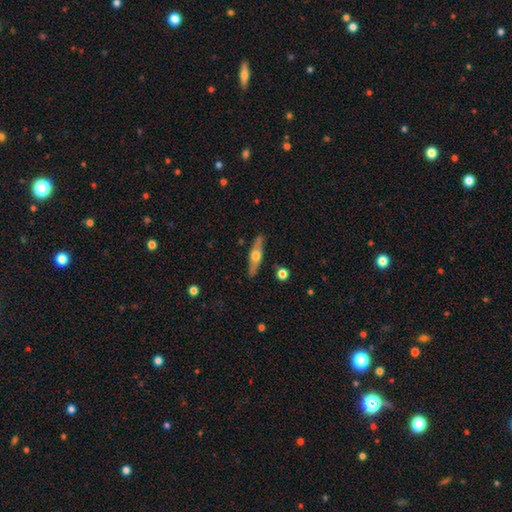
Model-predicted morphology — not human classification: Smooth or featured?
  - featured or disk: 57% *
  - smooth: 37%
  - star or artifact: 5%
Edge-on disk?
  - yes: 92% *
  - no: 8%
Edge-on bulge?
  - rounded: 94% *
  - none: 3%
  - boxy: 3%
Merging?
  - none: 88% *
  - minor disturbance: 9%
  - major disturbance: 2%
  - merger: 2%